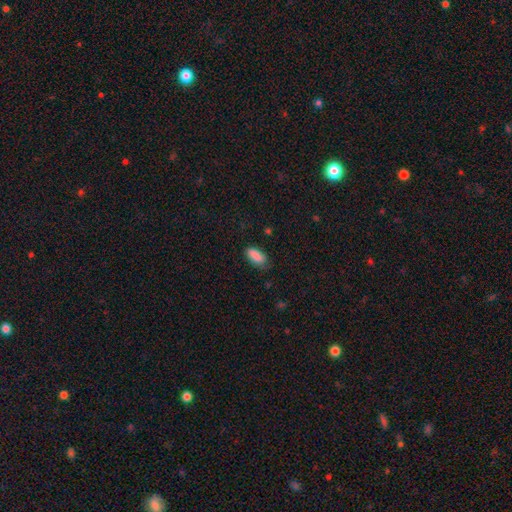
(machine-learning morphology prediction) smooth-or-featured: smooth: 89% | star or artifact: 7% | featured or disk: 4%
  how-rounded: in between: 89% | cigar-shaped: 8% | round: 3%
  merging: none: 77% | minor disturbance: 18% | major disturbance: 4% | merger: 1%